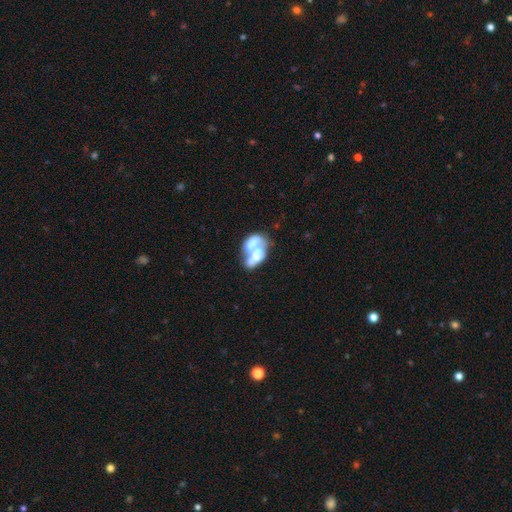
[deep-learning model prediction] smooth-or-featured: featured or disk: 53% | smooth: 37% | star or artifact: 11%
  disk-edge-on: no: 95% | yes: 5%
    bar: no: 90% | weak: 6% | strong: 4%
    has-spiral-arms: no: 92% | yes: 8%
    bulge-size: none: 39% | moderate: 25% | large: 18% | small: 11% | dominant: 6%
  merging: merger: 65% | none: 15% | major disturbance: 12% | minor disturbance: 8%